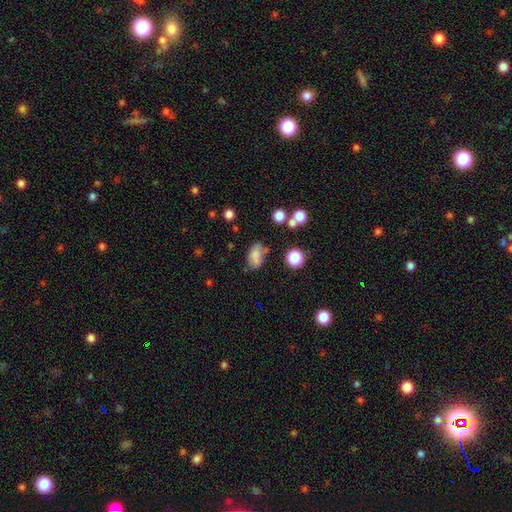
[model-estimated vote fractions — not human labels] Morphology: type=smooth (75%); roundness=in between (85%); merging=none (56%).